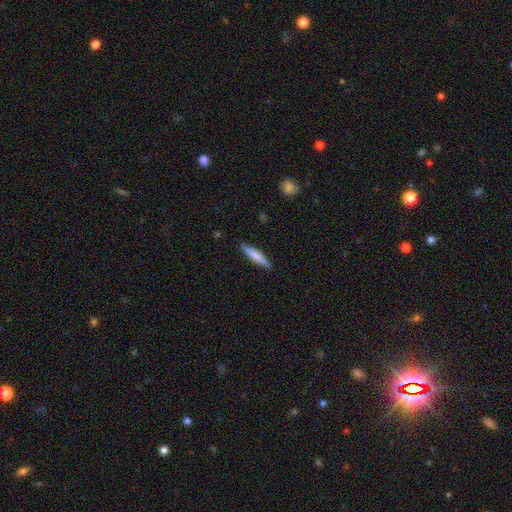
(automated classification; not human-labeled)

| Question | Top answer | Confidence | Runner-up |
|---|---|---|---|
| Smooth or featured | smooth | 73% | featured or disk (22%) |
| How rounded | cigar-shaped | 88% | in between (10%) |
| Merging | none | 90% | minor disturbance (7%) |